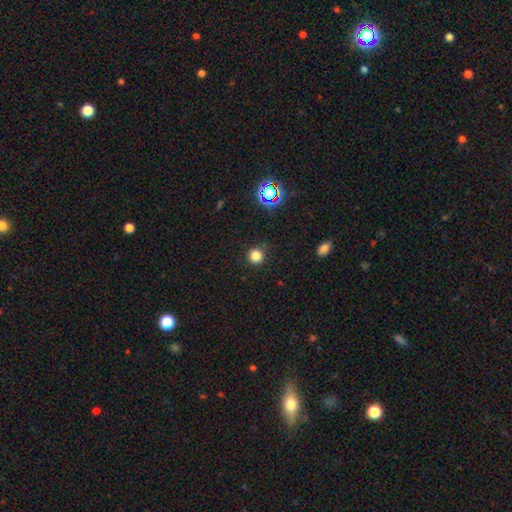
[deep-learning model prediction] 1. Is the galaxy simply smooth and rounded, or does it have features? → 79% smooth, 17% star or artifact, 4% featured or disk.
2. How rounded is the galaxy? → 94% round, 5% in between, 1% cigar-shaped.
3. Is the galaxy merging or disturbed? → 89% none, 7% minor disturbance, 3% major disturbance, 1% merger.